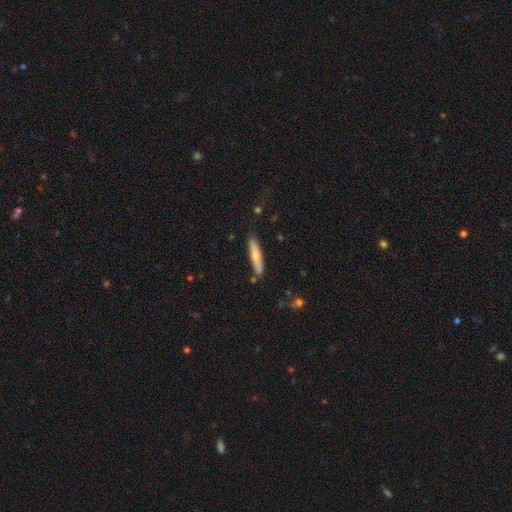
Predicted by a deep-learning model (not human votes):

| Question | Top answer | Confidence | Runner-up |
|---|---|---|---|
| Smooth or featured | smooth | 63% | featured or disk (31%) |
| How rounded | cigar-shaped | 89% | in between (10%) |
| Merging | none | 83% | minor disturbance (12%) |